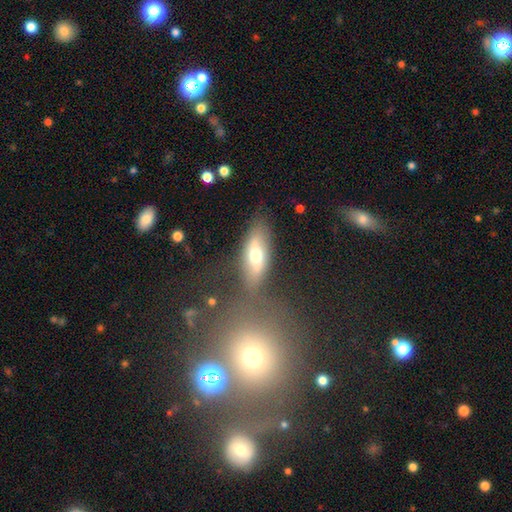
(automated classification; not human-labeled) This appears to be a smooth galaxy with no disk features (57%) that is in between round and cigar-shaped (70%). Merging: none (73%).